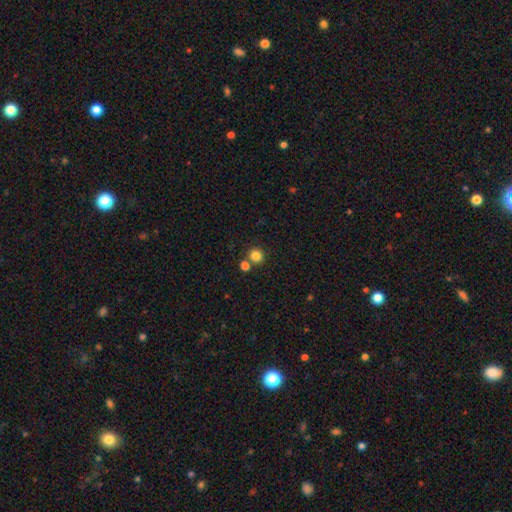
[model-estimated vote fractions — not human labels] Smooth or featured?
  - smooth: 83% *
  - star or artifact: 12%
  - featured or disk: 5%
How rounded?
  - round: 91% *
  - in between: 8%
  - cigar-shaped: 1%
Merging?
  - none: 72% *
  - merger: 18%
  - minor disturbance: 7%
  - major disturbance: 3%